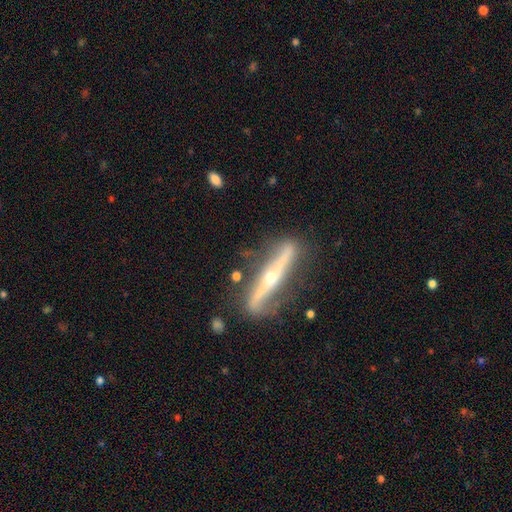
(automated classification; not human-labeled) Overall: featured or disk (84%). Edge-on disk: yes (67%; no 33%). Edge-on bulge: rounded (88%). Merging: none (78%).